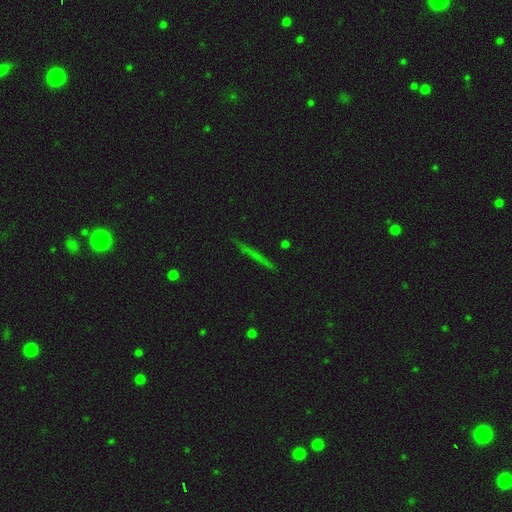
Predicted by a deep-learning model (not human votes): The model was most divided on "smooth or featured": smooth: 43%, featured or disk: 42%, star or artifact: 16%. More confident: merging — none (89%).